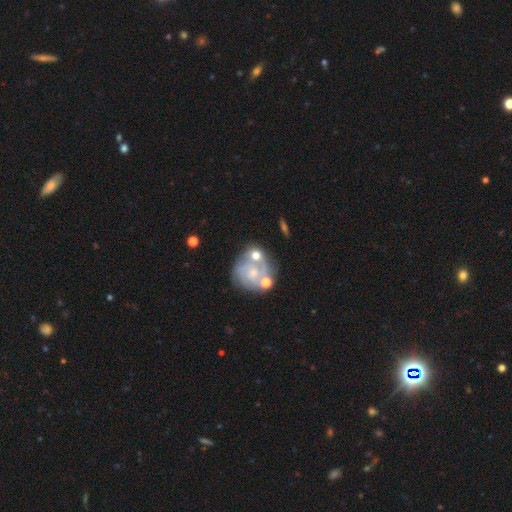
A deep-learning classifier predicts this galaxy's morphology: smooth_or_featured: featured or disk (p=0.67) [alt: smooth p=0.24]
disk_edge_on: no (p=0.98) [alt: yes p=0.02]
bar: no (p=0.76) [alt: weak p=0.20]
has_spiral_arms: yes (p=0.81) [alt: no p=0.19]
spiral_winding: tight (p=0.52) [alt: medium p=0.35]
spiral_arm_count: can't tell (p=0.30) [alt: 3 p=0.27]
bulge_size: small (p=0.62) [alt: moderate p=0.24]
merging: none (p=0.48) [alt: merger p=0.25]